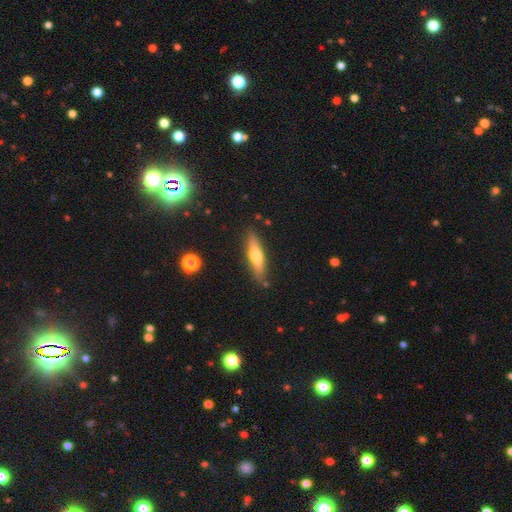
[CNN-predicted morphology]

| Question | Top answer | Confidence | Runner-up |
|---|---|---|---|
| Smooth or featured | smooth | 54% | featured or disk (40%) |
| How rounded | cigar-shaped | 76% | in between (22%) |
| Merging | none | 83% | minor disturbance (12%) |